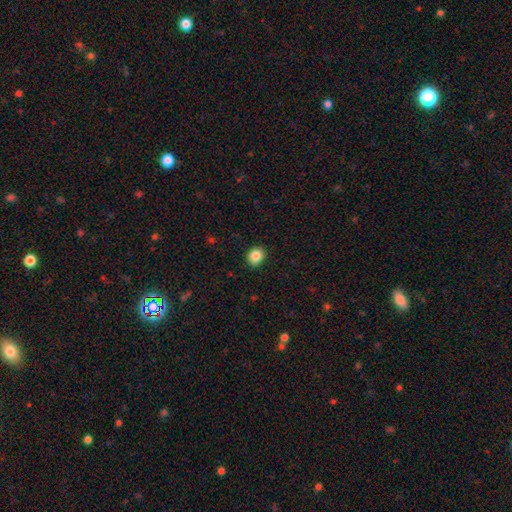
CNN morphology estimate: A smooth galaxy with no disk features (86%) that is round (72%).

Vote fractions:
- Smooth or featured? smooth: 86% / star or artifact: 10% / featured or disk: 4%
- How rounded? round: 72% / in between: 27% / cigar-shaped: 1%
- Merging? none: 89% / minor disturbance: 8% / major disturbance: 2% / merger: 1%